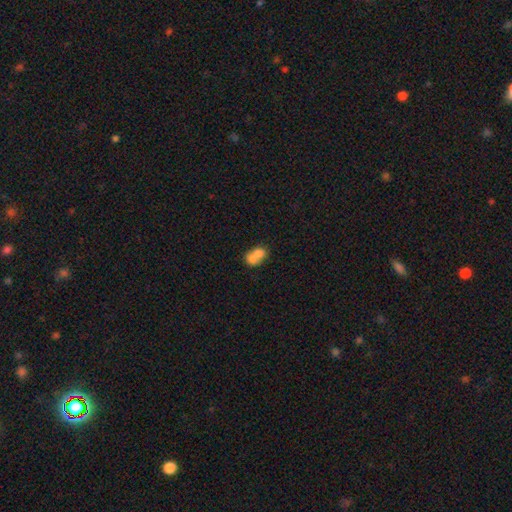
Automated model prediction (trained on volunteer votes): Overall: smooth (70%). How rounded: in between (54%; round 44%). Merging: merger (69%).